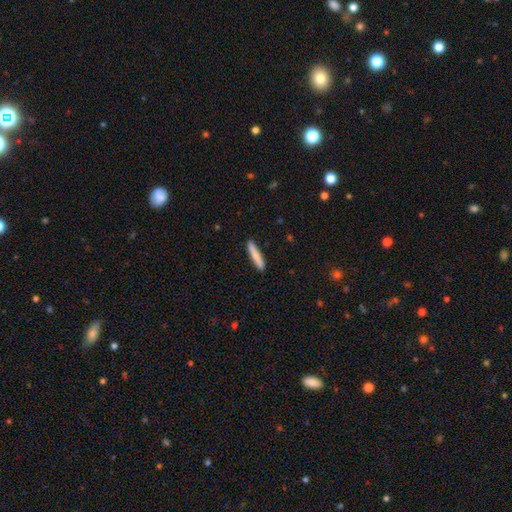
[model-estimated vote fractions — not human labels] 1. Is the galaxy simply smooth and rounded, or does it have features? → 80% smooth, 14% featured or disk, 6% star or artifact.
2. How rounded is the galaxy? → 93% cigar-shaped, 6% in between, 1% round.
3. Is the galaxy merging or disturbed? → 90% none, 7% minor disturbance, 1% major disturbance, 1% merger.